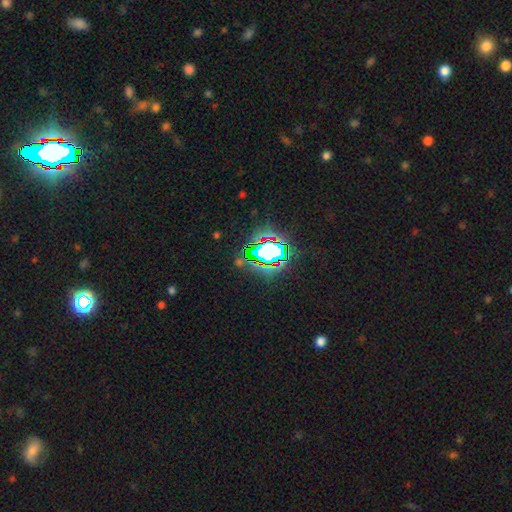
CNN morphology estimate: The model was most divided on "smooth or featured": star or artifact: 77%, smooth: 13%, featured or disk: 10%.